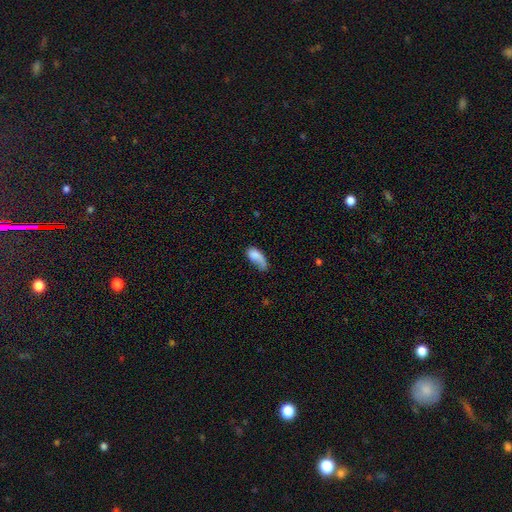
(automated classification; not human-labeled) Q: Smooth or featured?
A: smooth (72%); runner-up: featured or disk (21%)
Q: How rounded?
A: in between (88%); runner-up: cigar-shaped (8%)
Q: Merging?
A: none (34%); runner-up: major disturbance (30%)